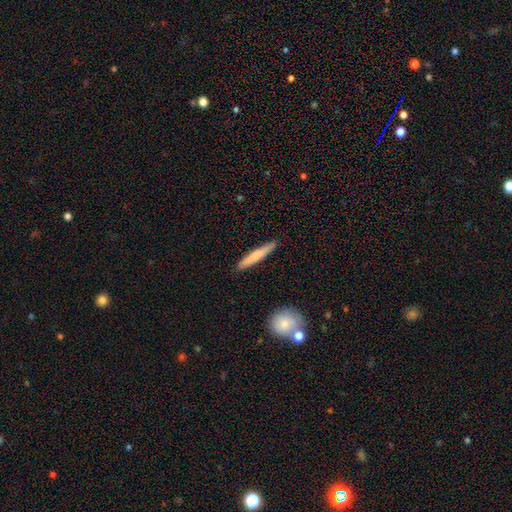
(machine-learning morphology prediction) smooth 71%, featured or disk 24%, star or artifact 5%. Down the decision tree: how rounded — cigar-shaped (95%); merging — none (90%).